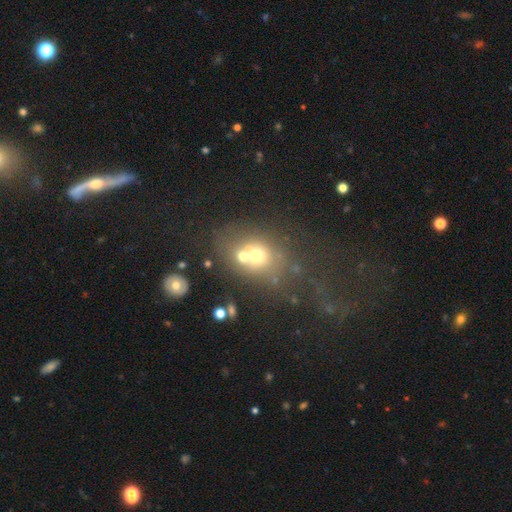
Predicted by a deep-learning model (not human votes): Smooth or featured? Predicted: smooth (p=0.55). How rounded? Predicted: round (p=0.61). Merging? Predicted: merger (p=0.42).